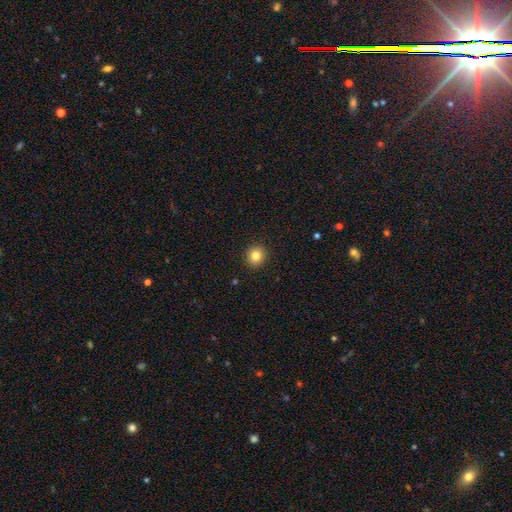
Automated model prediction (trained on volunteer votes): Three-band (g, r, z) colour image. It shows a smooth galaxy with no disk features (83%) that is round (89%). Merging: none (92%).